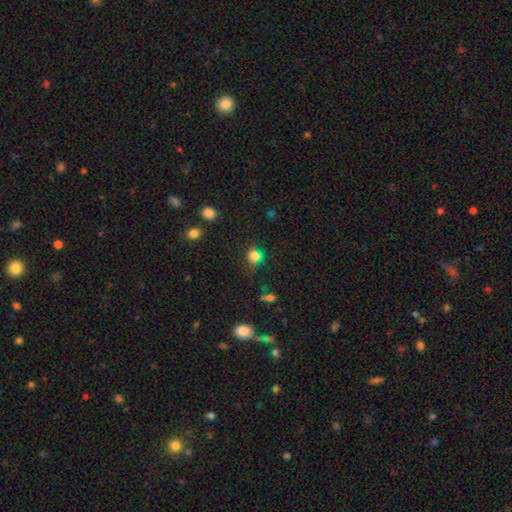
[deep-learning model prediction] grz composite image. It shows a smooth galaxy with no disk features (69%) that is round (72%). Merging: none (64%).